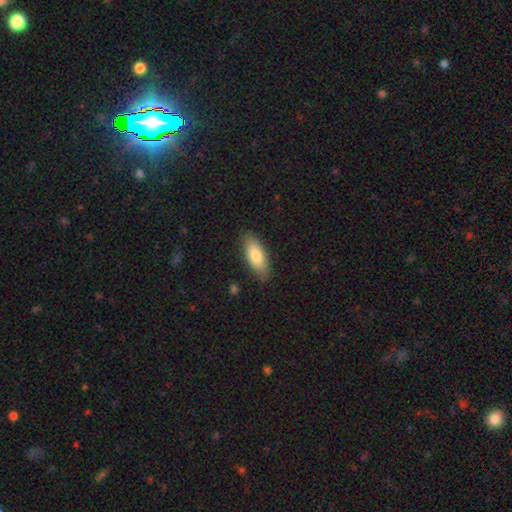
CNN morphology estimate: Overall: smooth (77%). How rounded: in between (75%). Merging: none (85%).